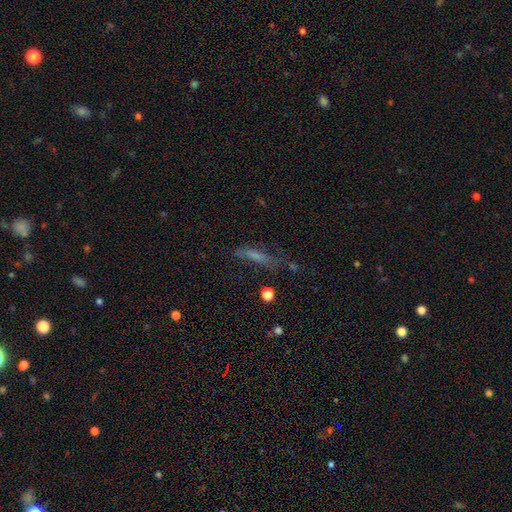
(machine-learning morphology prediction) Q: Smooth or featured?
A: smooth (43%); runner-up: featured or disk (35%)
Q: Merging?
A: none (57%); runner-up: minor disturbance (23%)